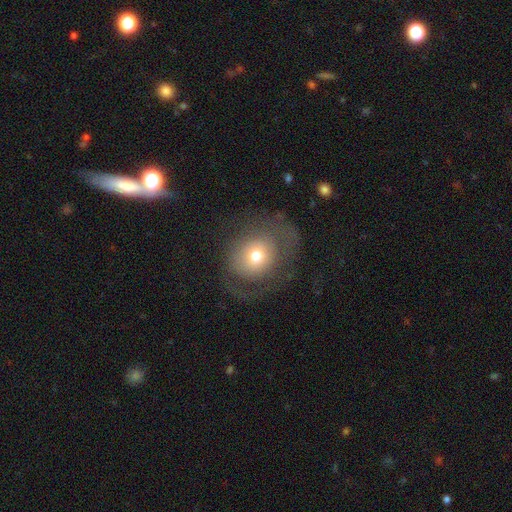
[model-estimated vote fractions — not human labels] smooth_or_featured: smooth (p=0.57) [alt: featured or disk p=0.32]
how_rounded: round (p=0.69) [alt: in between p=0.30]
merging: none (p=0.56) [alt: major disturbance p=0.26]